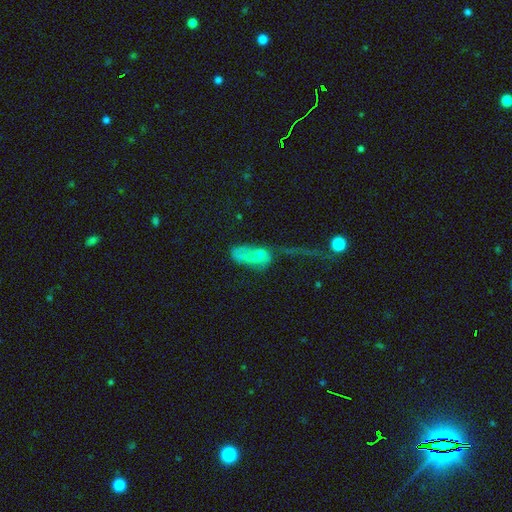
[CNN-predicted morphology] type=smooth (48%); merging=major disturbance (42%).